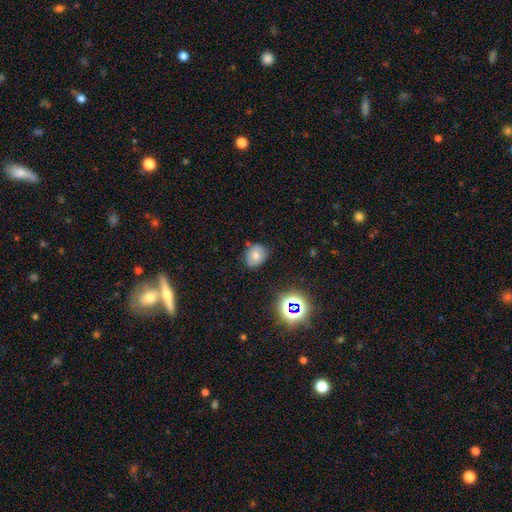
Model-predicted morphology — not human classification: Q: Smooth or featured?
A: smooth (61%); runner-up: featured or disk (23%)
Q: How rounded?
A: round (50%); runner-up: in between (49%)
Q: Merging?
A: none (75%); runner-up: minor disturbance (19%)